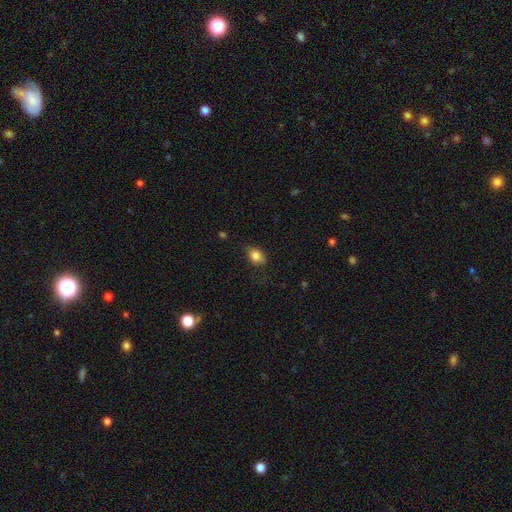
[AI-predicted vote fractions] smooth_or_featured: smooth (p=0.82) [alt: star or artifact p=0.09]
how_rounded: in between (p=0.68) [alt: round p=0.30]
merging: none (p=0.69) [alt: minor disturbance p=0.24]